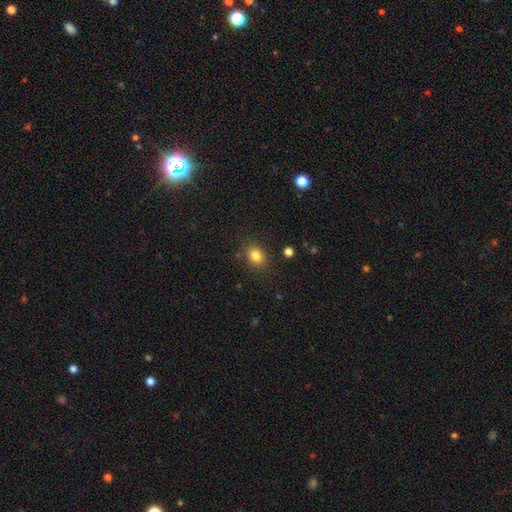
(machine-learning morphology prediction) type=smooth (83%); roundness=in between (58%); merging=none (83%).